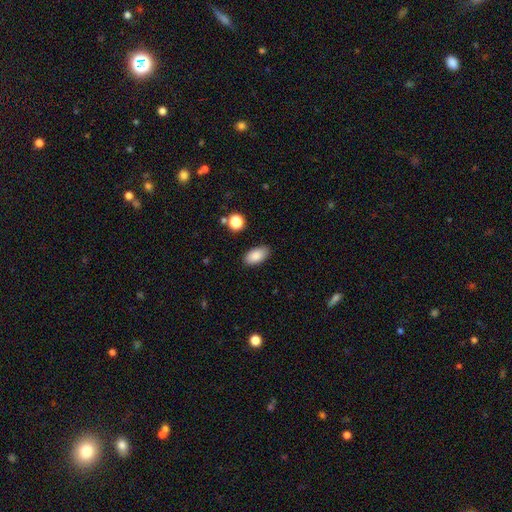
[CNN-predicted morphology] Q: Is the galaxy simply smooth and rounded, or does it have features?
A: smooth — 86%.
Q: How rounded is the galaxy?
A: in between — 93%.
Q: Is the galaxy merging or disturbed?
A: none — 86%.